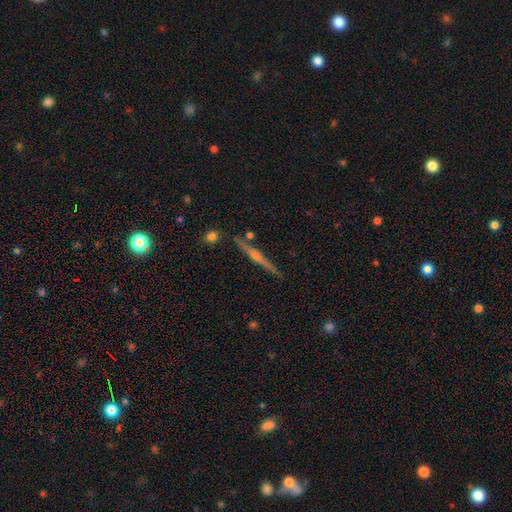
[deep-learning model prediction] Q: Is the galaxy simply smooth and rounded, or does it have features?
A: featured or disk — 77%.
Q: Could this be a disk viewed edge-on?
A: yes — 98%.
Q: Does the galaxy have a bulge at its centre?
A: rounded — 73%.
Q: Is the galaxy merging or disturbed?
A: none — 89%.